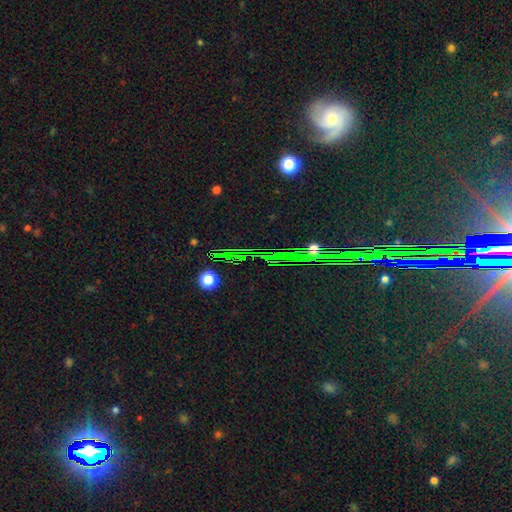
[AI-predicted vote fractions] This is likely a star or artifact rather than a galaxy (74%).